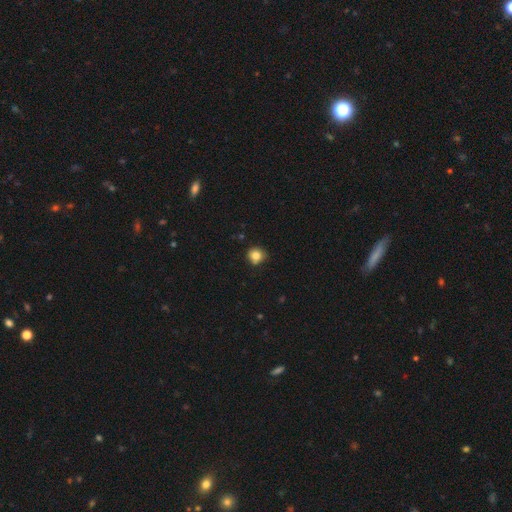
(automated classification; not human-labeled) The model was most divided on "merging": none: 76%, minor disturbance: 18%, major disturbance: 3%, merger: 3%. More confident: how rounded — round (87%); smooth or featured — smooth (83%).